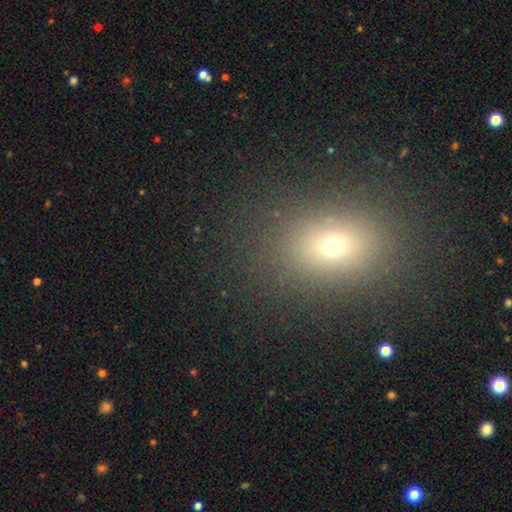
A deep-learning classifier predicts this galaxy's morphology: smooth-or-featured: smooth: 59% | star or artifact: 30% | featured or disk: 11%
  how-rounded: in between: 52% | round: 46% | cigar-shaped: 2%
  merging: none: 87% | minor disturbance: 7% | major disturbance: 4% | merger: 2%